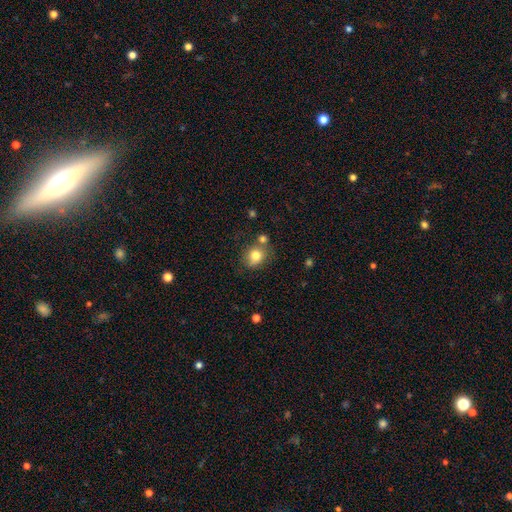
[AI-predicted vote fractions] The model was most divided on "how rounded": round: 67%, in between: 32%, cigar-shaped: 1%. More confident: smooth or featured — smooth (79%); merging — none (62%).